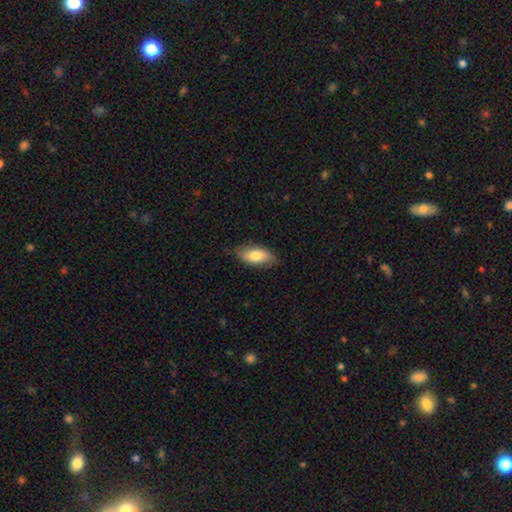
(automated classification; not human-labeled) smooth 75%, featured or disk 19%, star or artifact 6%. Down the decision tree: how rounded — in between (88%); merging — none (82%).